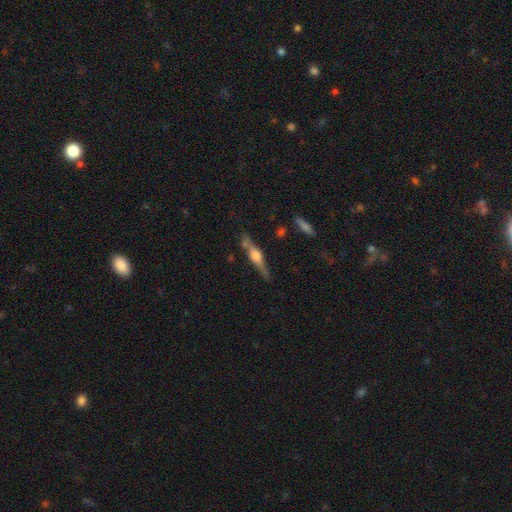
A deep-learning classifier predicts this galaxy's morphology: Smooth or featured: featured or disk — 74% (smooth — 21%)
Edge-on disk: yes — 97% (no — 3%)
Edge-on bulge: rounded — 88% (boxy — 9%)
Merging: none — 81% (minor disturbance — 13%)